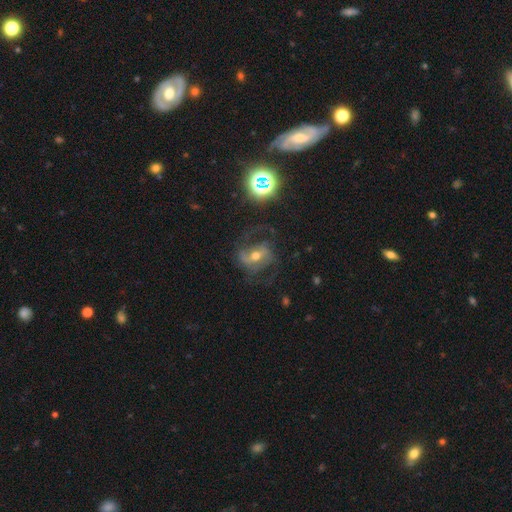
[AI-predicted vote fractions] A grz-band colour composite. It shows a featured or disk galaxy (73%) with a strong bar (38%), 2 (66%) medium (45%) spiral arms (90%) and a moderate central bulge (66%). Merging: none (60%).